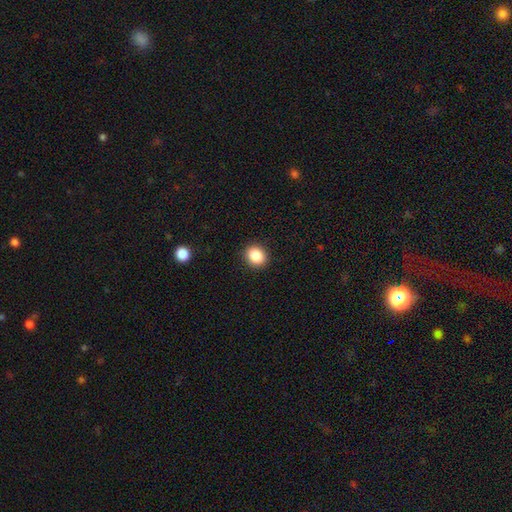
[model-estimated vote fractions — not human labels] smooth 87%, star or artifact 9%, featured or disk 4%. Down the decision tree: how rounded — round (68%); merging — none (91%).